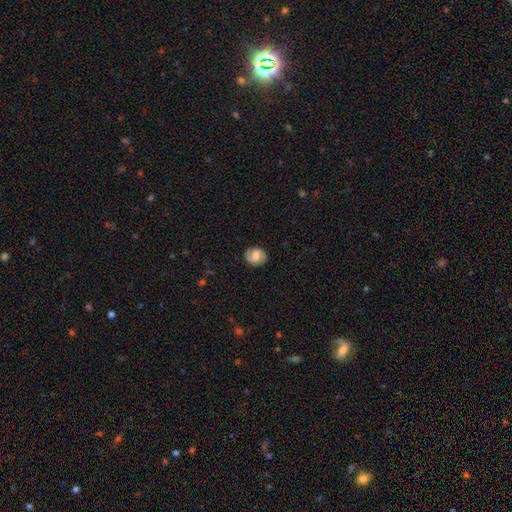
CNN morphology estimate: A featured or disk galaxy (56%) with a weak bar (49%), spiral arms (86%) and a moderate central bulge (46%). Merging: none (85%).